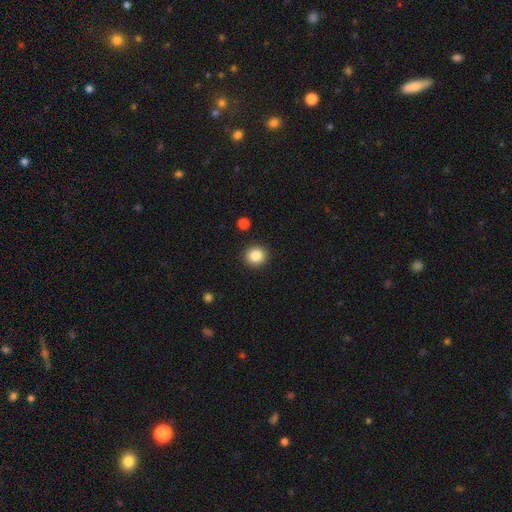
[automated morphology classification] A smooth galaxy with no disk features (86%) that is round (90%). Merging: none (92%).